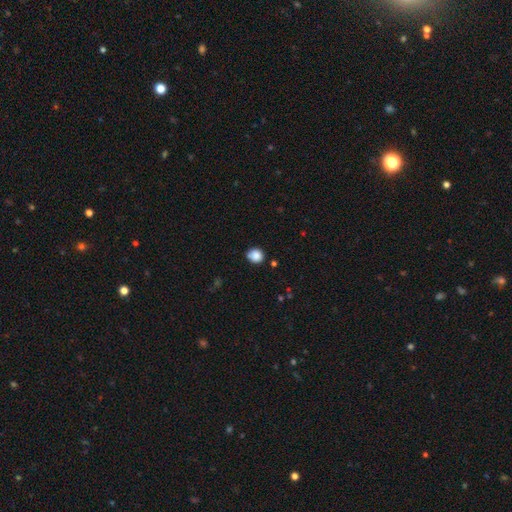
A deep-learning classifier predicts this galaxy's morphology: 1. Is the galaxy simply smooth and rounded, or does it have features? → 86% smooth, 10% star or artifact, 4% featured or disk.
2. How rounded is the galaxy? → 85% round, 14% in between, 1% cigar-shaped.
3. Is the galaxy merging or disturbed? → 77% none, 17% minor disturbance, 3% merger, 3% major disturbance.